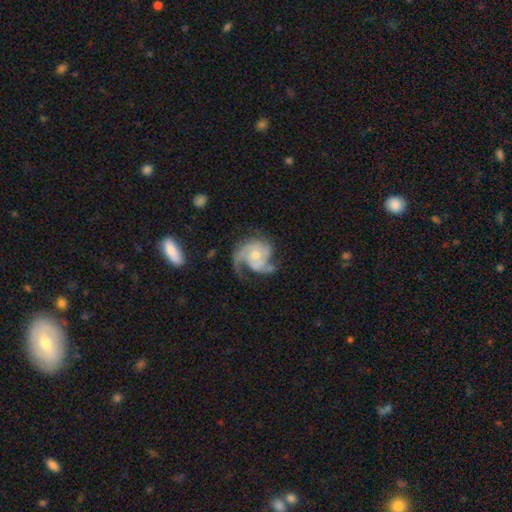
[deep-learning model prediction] Overall: featured or disk (86%). Edge-on disk: no (98%). Bar: no (75%). Spiral arms: yes (96%). Spiral arm count: 2 (41%; 3 26%). Spiral winding: medium (45%; tight 34%). Bulge size: moderate (53%; small 42%). Merging: none (49%; major disturbance 24%).